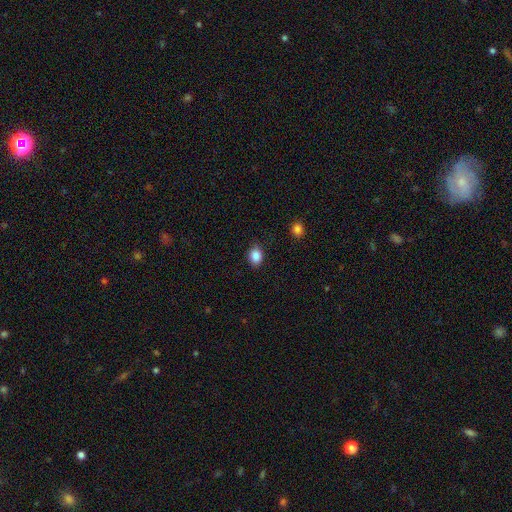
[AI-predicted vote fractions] A smooth galaxy with no disk features (87%) that is in between round and cigar-shaped (56%).

Vote fractions:
- Smooth or featured? smooth: 87% / star or artifact: 9% / featured or disk: 4%
- How rounded? in between: 56% / round: 43% / cigar-shaped: 1%
- Merging? none: 84% / minor disturbance: 12% / major disturbance: 3% / merger: 1%